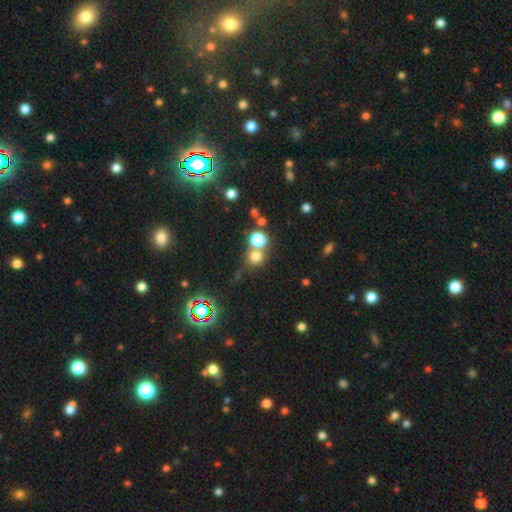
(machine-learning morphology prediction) smooth-or-featured: smooth: 70% | star or artifact: 21% | featured or disk: 9%
  how-rounded: round: 88% | in between: 11% | cigar-shaped: 1%
  merging: none: 55% | merger: 34% | minor disturbance: 7% | major disturbance: 4%